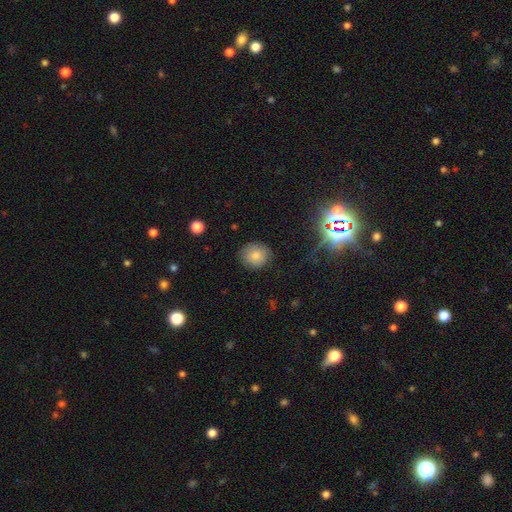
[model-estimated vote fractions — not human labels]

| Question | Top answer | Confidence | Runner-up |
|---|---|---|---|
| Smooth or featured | smooth | 80% | star or artifact (12%) |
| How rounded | round | 81% | in between (18%) |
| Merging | none | 84% | minor disturbance (12%) |